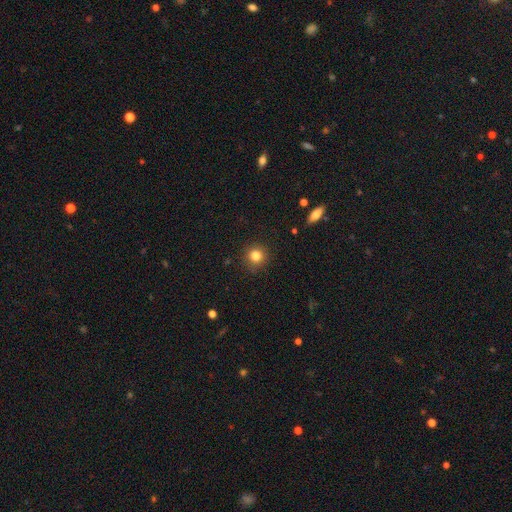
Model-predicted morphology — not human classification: This appears to be a smooth galaxy with no disk features (83%) that is round (93%). Merging: none (89%).